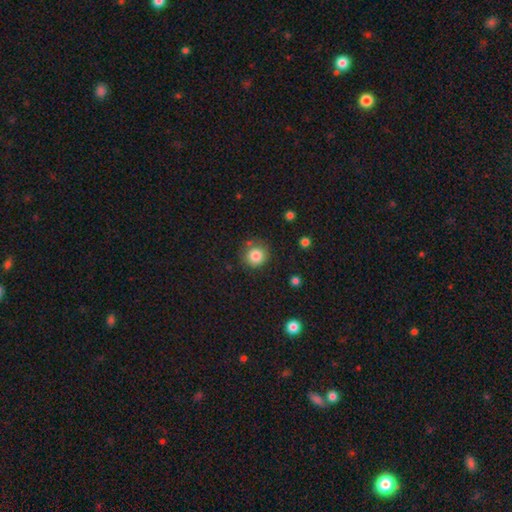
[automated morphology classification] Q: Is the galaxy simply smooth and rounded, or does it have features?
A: smooth — 83%.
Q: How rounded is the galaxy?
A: round — 91%.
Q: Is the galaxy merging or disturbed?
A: none — 79%.